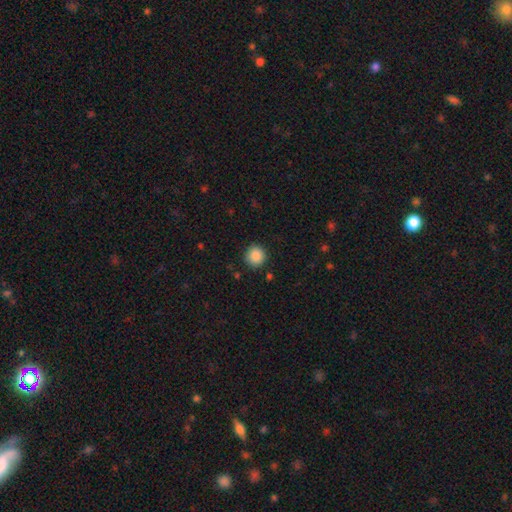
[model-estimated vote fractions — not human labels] The model was most divided on "smooth or featured": smooth: 87%, star or artifact: 9%, featured or disk: 3%. More confident: how rounded — round (93%); merging — none (89%).